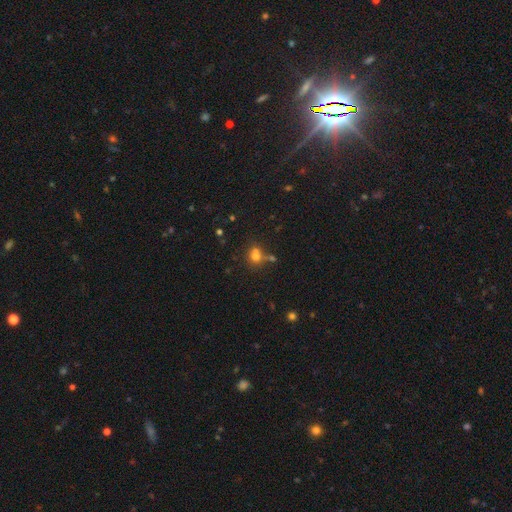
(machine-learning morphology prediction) Overall: smooth (69%). How rounded: round (75%). Merging: none (50%; merger 31%).